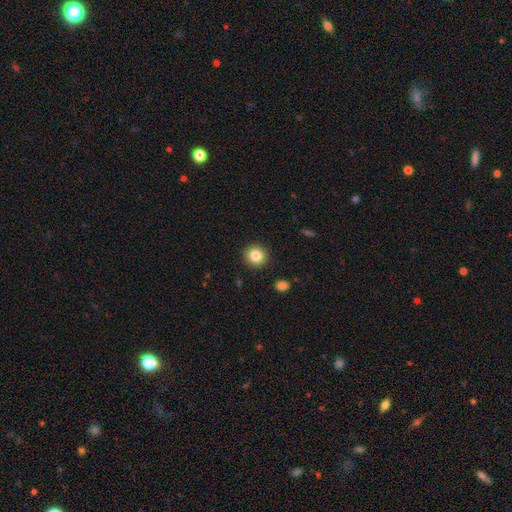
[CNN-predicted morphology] Smooth or featured: smooth — 84% (star or artifact — 10%)
How rounded: round — 93% (in between — 6%)
Merging: none — 91% (minor disturbance — 6%)